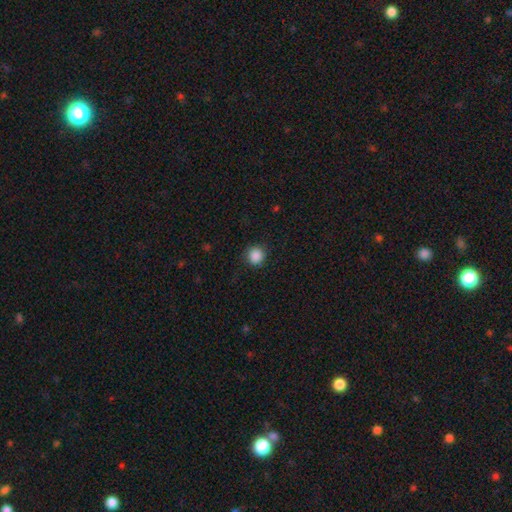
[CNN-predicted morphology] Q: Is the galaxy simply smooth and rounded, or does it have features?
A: smooth — 87%.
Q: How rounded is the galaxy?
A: round — 92%.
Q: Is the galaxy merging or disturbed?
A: none — 89%.